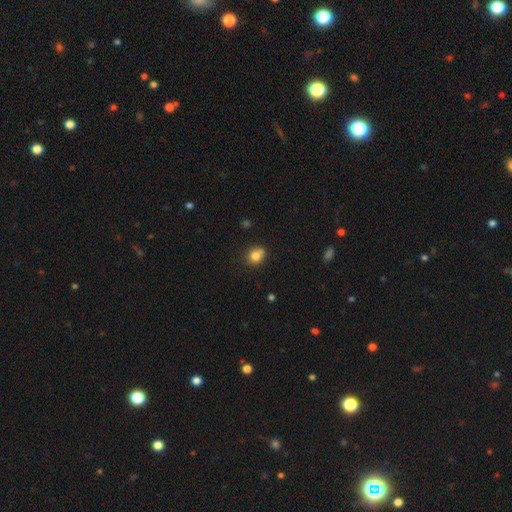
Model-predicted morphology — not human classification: A smooth galaxy with no disk features (79%) that is round (77%).

Vote fractions:
- Smooth or featured? smooth: 79% / star or artifact: 11% / featured or disk: 9%
- How rounded? round: 77% / in between: 22% / cigar-shaped: 1%
- Merging? none: 61% / merger: 17% / minor disturbance: 17% / major disturbance: 4%